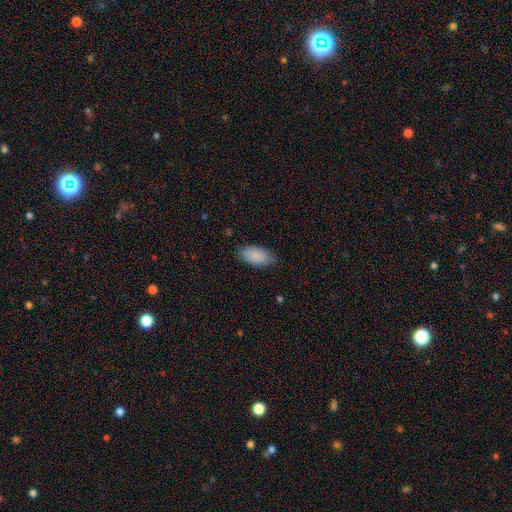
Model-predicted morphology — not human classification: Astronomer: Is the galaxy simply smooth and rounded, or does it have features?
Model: smooth — 88%.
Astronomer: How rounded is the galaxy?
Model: in between — 93%.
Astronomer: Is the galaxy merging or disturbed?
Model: none — 81%.